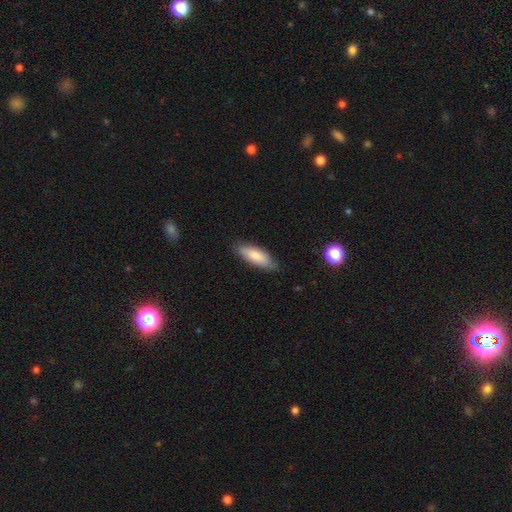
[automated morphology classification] The model was most divided on "how rounded": in between: 67%, cigar-shaped: 31%, round: 2%. More confident: smooth or featured — smooth (81%); merging — none (81%).